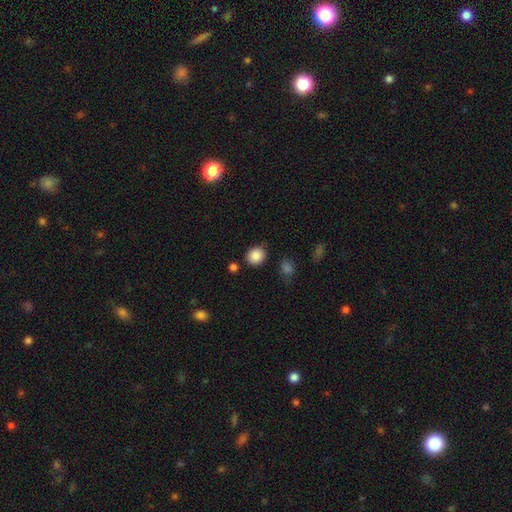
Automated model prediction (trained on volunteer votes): Morphology: type=smooth (87%); roundness=round (82%); merging=none (83%).